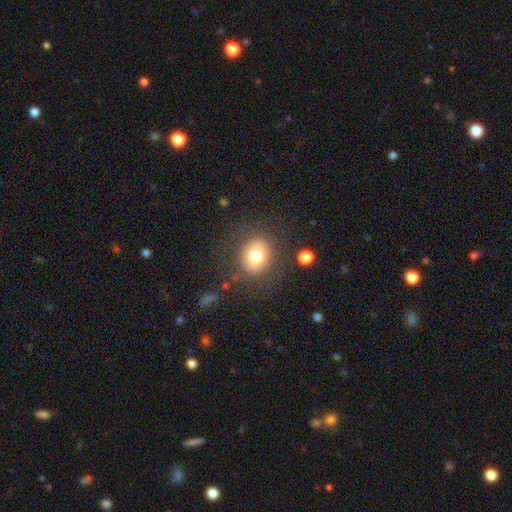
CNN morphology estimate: Smooth or featured? Predicted: smooth (p=0.75). How rounded? Predicted: round (p=0.72). Merging? Predicted: none (p=0.79).